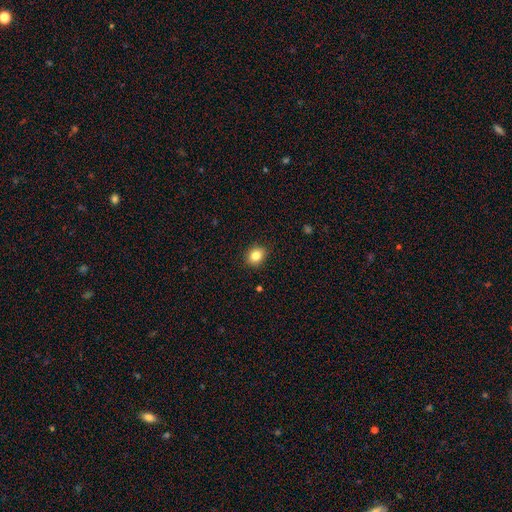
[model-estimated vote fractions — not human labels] A smooth galaxy with no disk features (84%) that is round (61%). Merging: none (90%).